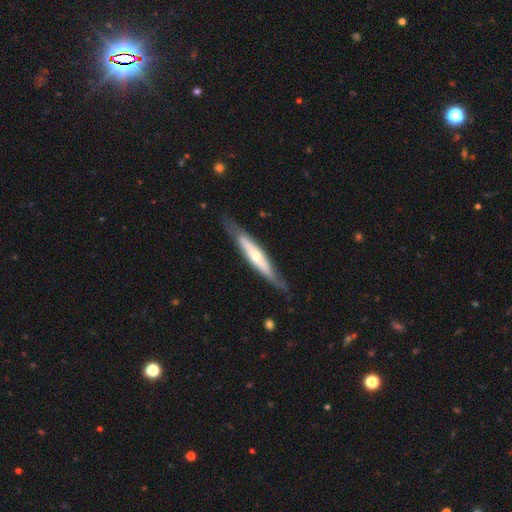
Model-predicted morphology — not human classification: Overall: featured or disk (61%; smooth 34%). Edge-on disk: yes (76%). Merging: none (79%).